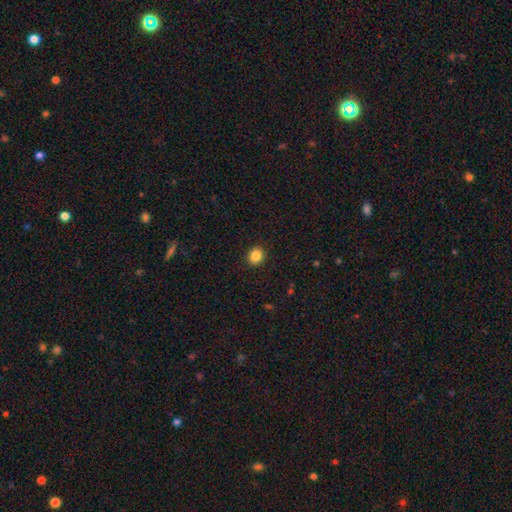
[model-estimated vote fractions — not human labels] smooth 86%, star or artifact 10%, featured or disk 4%. Down the decision tree: how rounded — round (67%); merging — none (91%).